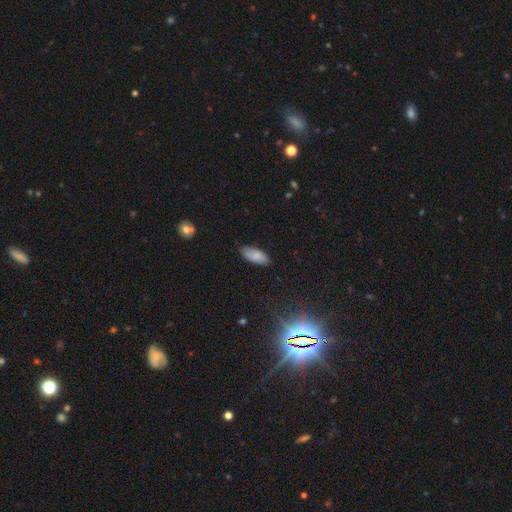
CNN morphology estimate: Overall: smooth (84%). How rounded: in between (86%). Merging: none (85%).